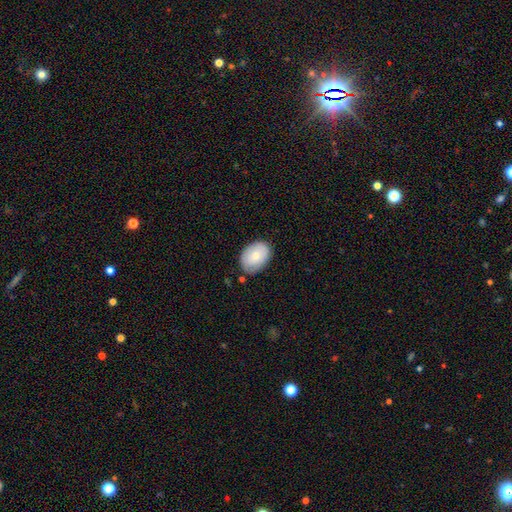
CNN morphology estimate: A smooth galaxy with no disk features (75%) that is in between round and cigar-shaped (79%). Merging: none (75%).